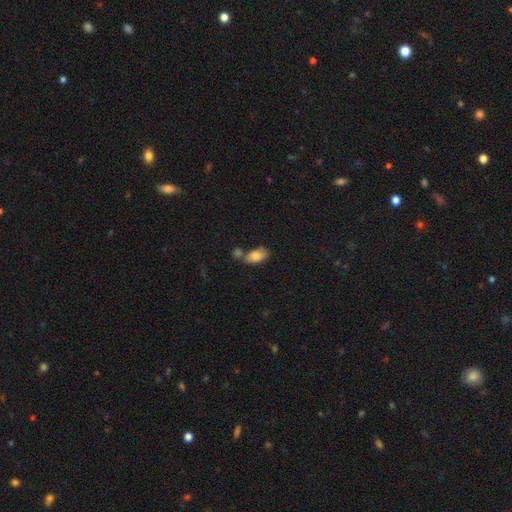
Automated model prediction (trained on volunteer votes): Q: Smooth or featured?
A: smooth (83%); runner-up: featured or disk (10%)
Q: How rounded?
A: in between (92%); runner-up: round (5%)
Q: Merging?
A: none (53%); runner-up: merger (27%)